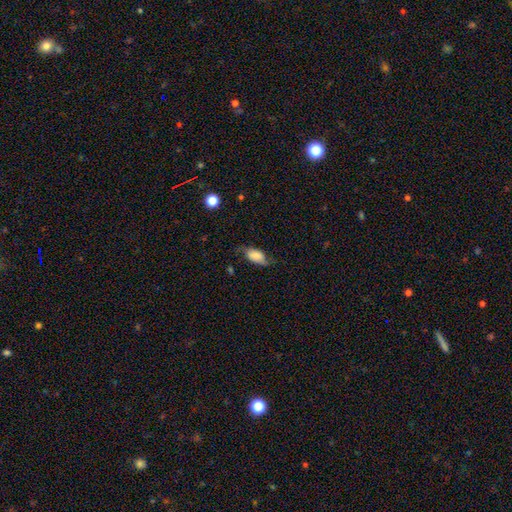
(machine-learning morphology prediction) type=smooth (67%); roundness=in between (89%); merging=none (60%).